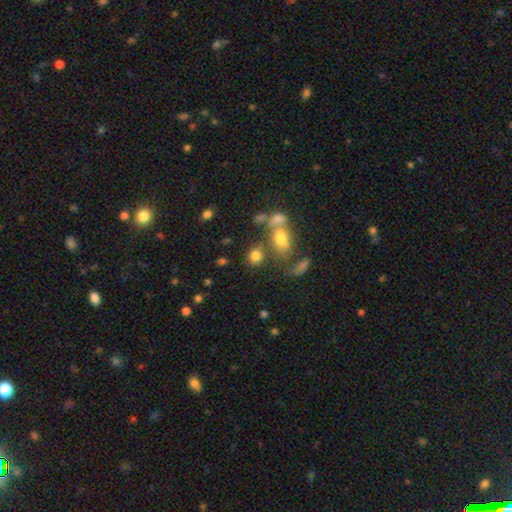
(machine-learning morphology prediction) This appears to be a smooth galaxy with no disk features (78%) that is round (68%). Merging: none (56%).